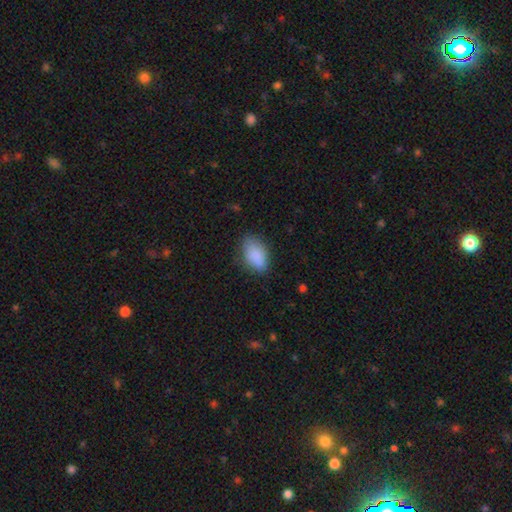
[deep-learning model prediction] Smooth or featured: smooth — 86% (star or artifact — 8%)
How rounded: in between — 90% (round — 8%)
Merging: none — 69% (minor disturbance — 23%)